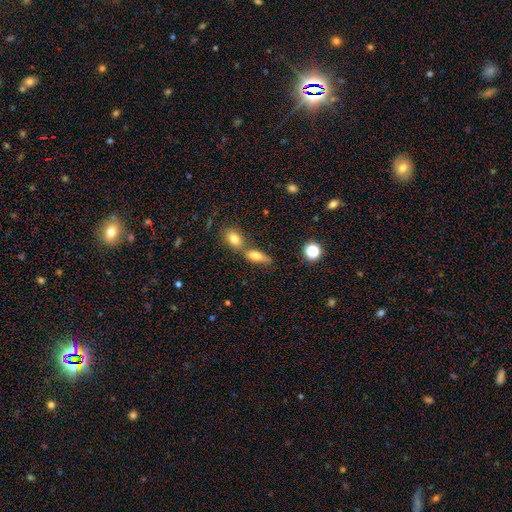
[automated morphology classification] Smooth or featured?
  - smooth: 67% *
  - featured or disk: 22%
  - star or artifact: 11%
How rounded?
  - in between: 65% *
  - cigar-shaped: 29%
  - round: 7%
Merging?
  - none: 43% *
  - merger: 39%
  - minor disturbance: 12%
  - major disturbance: 5%